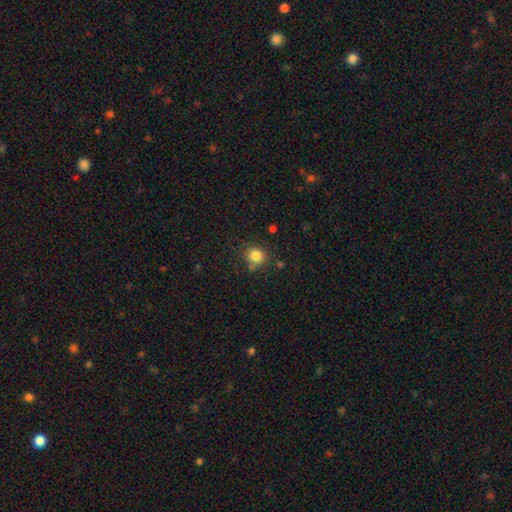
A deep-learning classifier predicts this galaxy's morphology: smooth 83%, star or artifact 12%, featured or disk 5%. Down the decision tree: how rounded — round (85%); merging — none (77%).